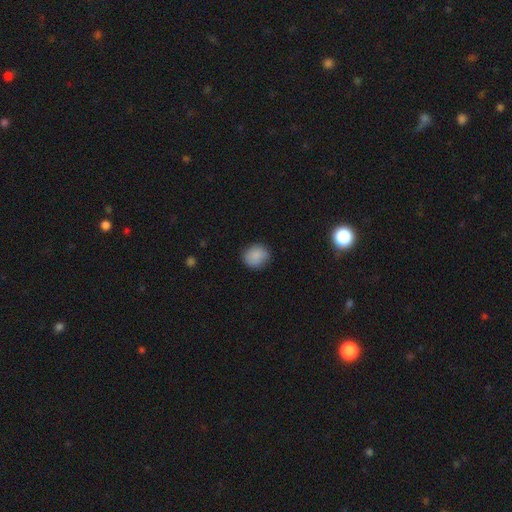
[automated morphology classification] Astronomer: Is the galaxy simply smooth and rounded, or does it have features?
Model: smooth — 87%.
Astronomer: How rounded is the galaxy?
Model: round — 78%.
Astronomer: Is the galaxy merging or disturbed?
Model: none — 86%.